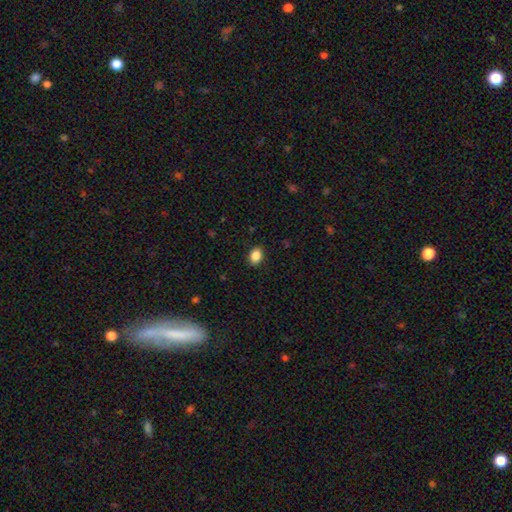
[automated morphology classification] type=smooth (87%); roundness=in between (66%); merging=none (88%).